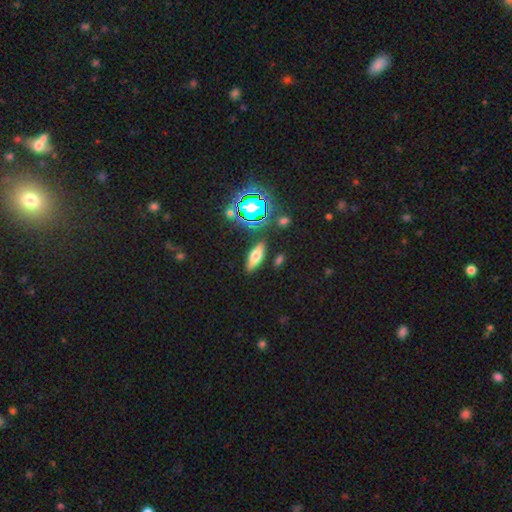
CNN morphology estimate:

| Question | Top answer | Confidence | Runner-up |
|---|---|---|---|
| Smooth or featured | smooth | 58% | featured or disk (24%) |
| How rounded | in between | 59% | cigar-shaped (35%) |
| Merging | none | 84% | minor disturbance (10%) |